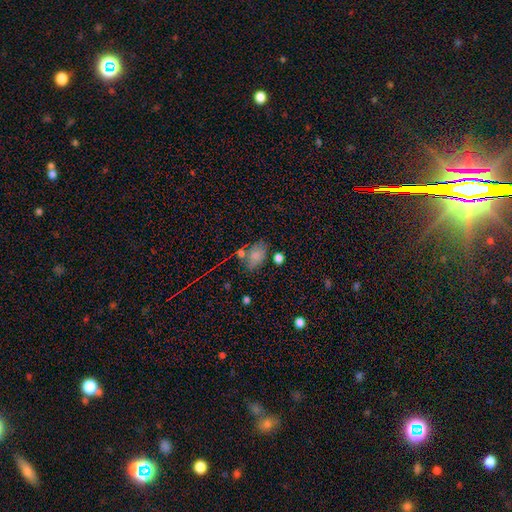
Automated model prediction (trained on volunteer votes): smooth_or_featured: smooth (p=0.76) [alt: star or artifact p=0.13]
how_rounded: in between (p=0.85) [alt: round p=0.13]
merging: none (p=0.58) [alt: minor disturbance p=0.21]